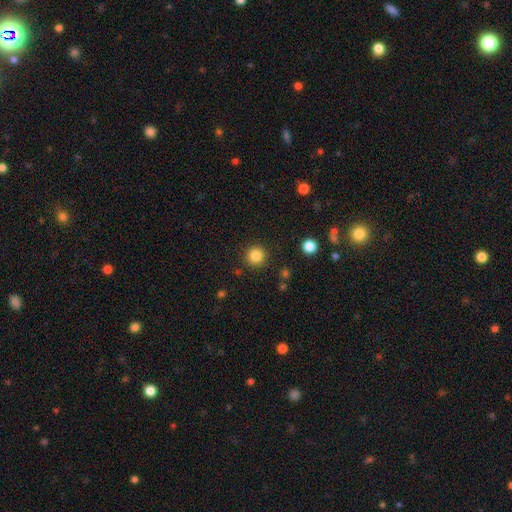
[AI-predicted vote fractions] This appears to be a smooth galaxy with no disk features (84%) that is round (95%). Merging: none (90%).